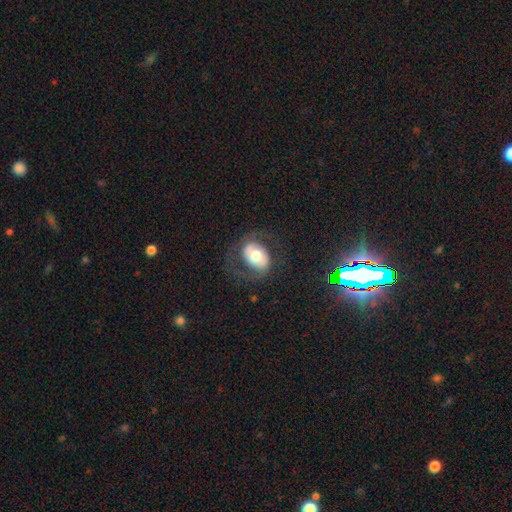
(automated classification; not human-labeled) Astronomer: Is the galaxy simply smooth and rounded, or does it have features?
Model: featured or disk — 55% (runner-up: smooth, 38%).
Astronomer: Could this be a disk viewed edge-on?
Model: no — 96%.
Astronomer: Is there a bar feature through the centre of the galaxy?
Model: no — 53% (runner-up: weak, 28%).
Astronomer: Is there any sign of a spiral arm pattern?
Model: yes — 67%.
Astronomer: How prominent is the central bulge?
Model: moderate — 63%.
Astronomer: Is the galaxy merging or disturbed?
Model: none — 67%.